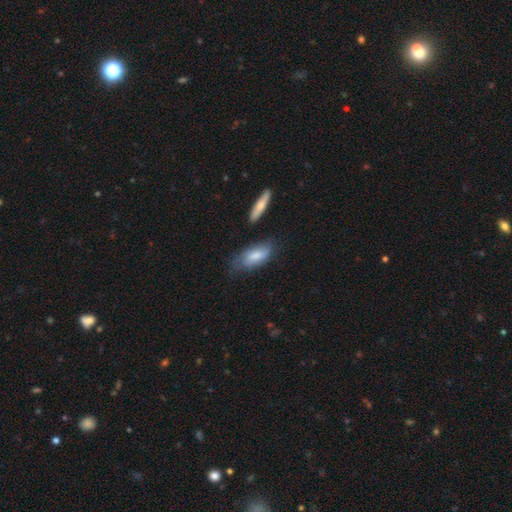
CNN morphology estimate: A smooth galaxy with no disk features (72%) that is in between round and cigar-shaped (82%). Merging: none (57%).